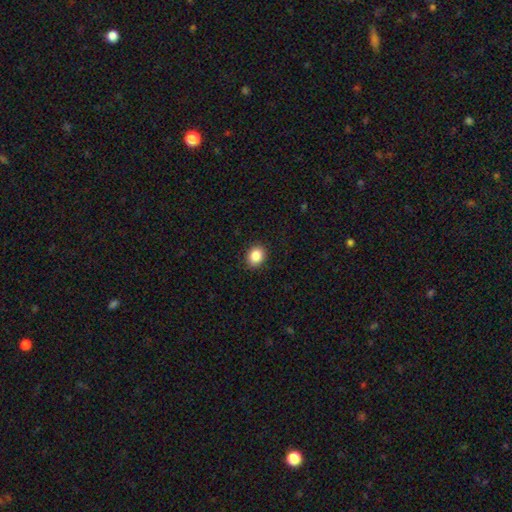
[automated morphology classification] Overall: smooth (87%). How rounded: round (56%; in between 43%). Merging: none (90%).